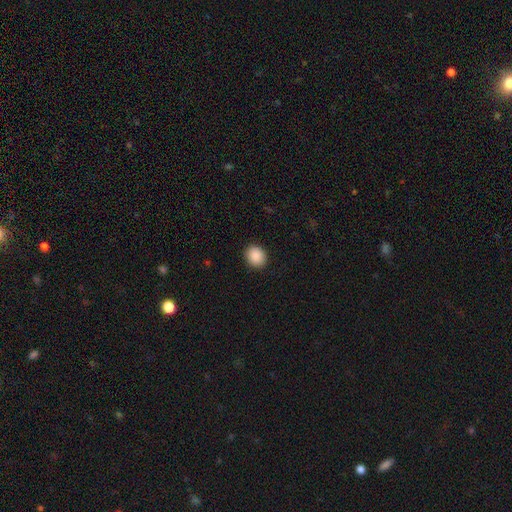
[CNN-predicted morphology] Smooth or featured? smooth (89%)
How rounded? round (70%)
Merging? none (91%)